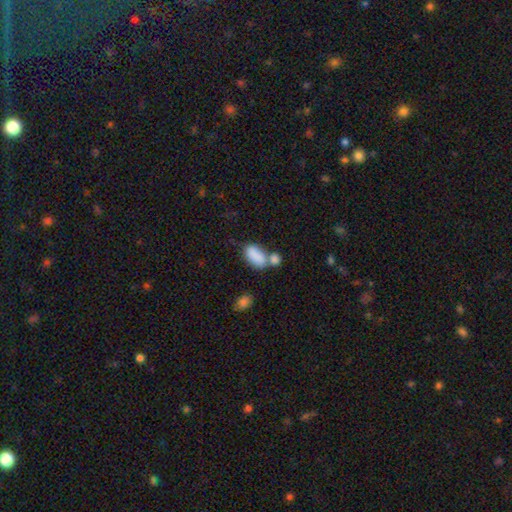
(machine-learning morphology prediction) type=smooth (82%); roundness=in between (91%); merging=merger (48%).